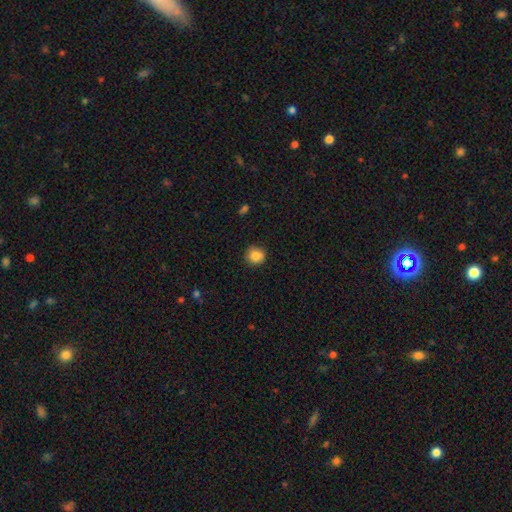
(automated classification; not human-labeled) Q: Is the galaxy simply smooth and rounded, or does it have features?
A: smooth — 85%.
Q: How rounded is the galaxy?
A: round — 87%.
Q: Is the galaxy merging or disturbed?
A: none — 82%.